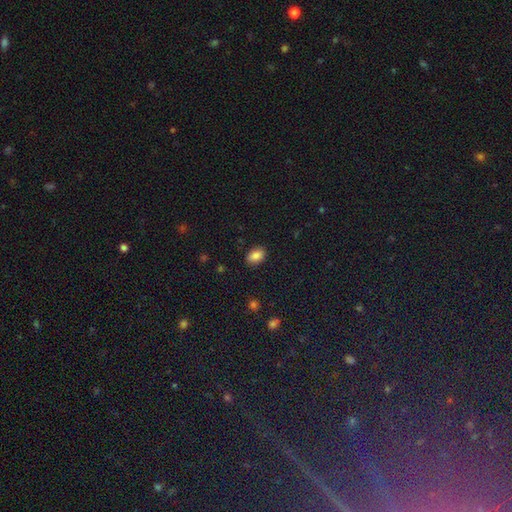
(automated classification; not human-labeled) Smooth or featured?
  - smooth: 86% *
  - star or artifact: 9%
  - featured or disk: 5%
How rounded?
  - in between: 84% *
  - round: 15%
  - cigar-shaped: 1%
Merging?
  - none: 88% *
  - minor disturbance: 9%
  - major disturbance: 2%
  - merger: 1%